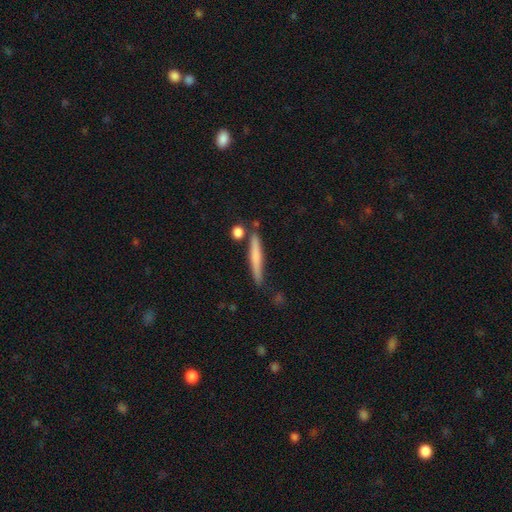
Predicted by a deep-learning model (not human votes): Morphology: type=smooth (61%); roundness=cigar-shaped (94%); merging=none (79%).